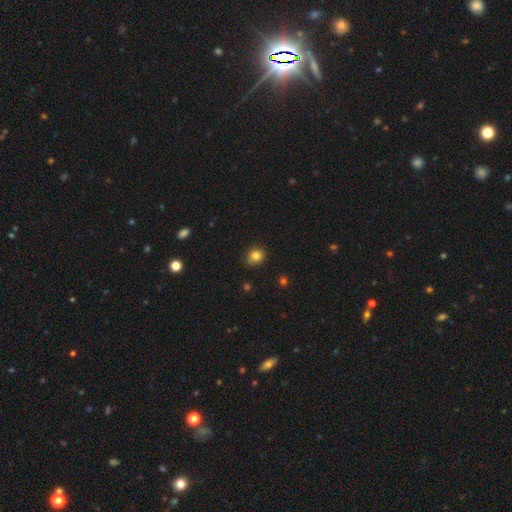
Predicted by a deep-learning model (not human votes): This appears to be a smooth galaxy with no disk features (82%) that is round (66%). Merging: none (83%).